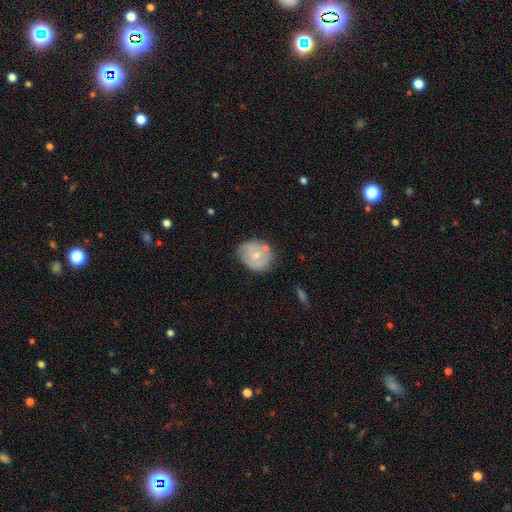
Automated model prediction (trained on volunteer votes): This is possibly a smooth galaxy (53%). How rounded: likely round (67%). Merging: likely none (62%).